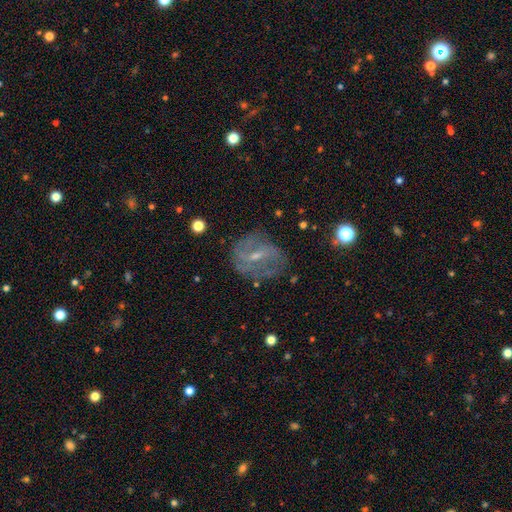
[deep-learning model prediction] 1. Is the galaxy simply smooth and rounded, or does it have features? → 71% featured or disk, 20% smooth, 10% star or artifact.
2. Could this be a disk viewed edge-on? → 95% no, 5% yes.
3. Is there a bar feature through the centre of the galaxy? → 53% weak, 24% no, 23% strong.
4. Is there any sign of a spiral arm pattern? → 74% yes, 26% no.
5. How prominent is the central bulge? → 61% small, 29% moderate, 8% none, 1% large, 1% dominant.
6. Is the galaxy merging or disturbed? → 62% none, 21% minor disturbance, 14% major disturbance, 2% merger.